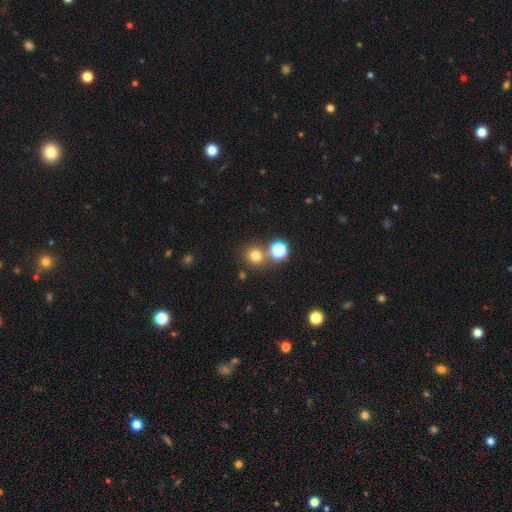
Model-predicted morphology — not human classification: This is likely a smooth galaxy (74%). How rounded: clearly round (87%). Merging: likely none (71%).